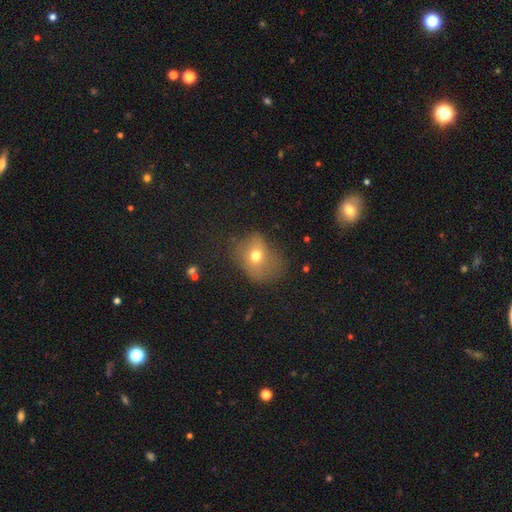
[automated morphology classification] type=smooth (64%); roundness=in between (50%); merging=none (46%).